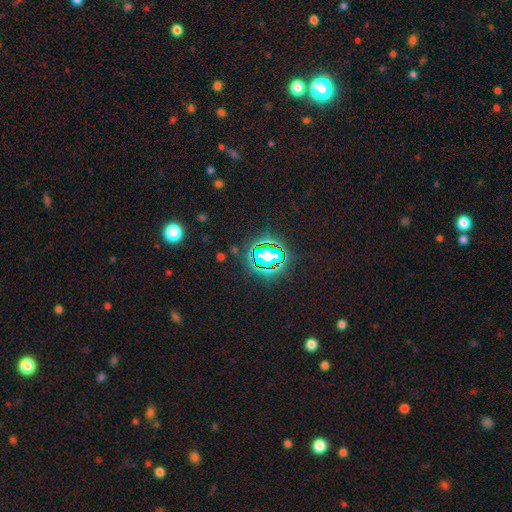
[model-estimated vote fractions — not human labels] Smooth or featured? Predicted: star or artifact (p=0.79).